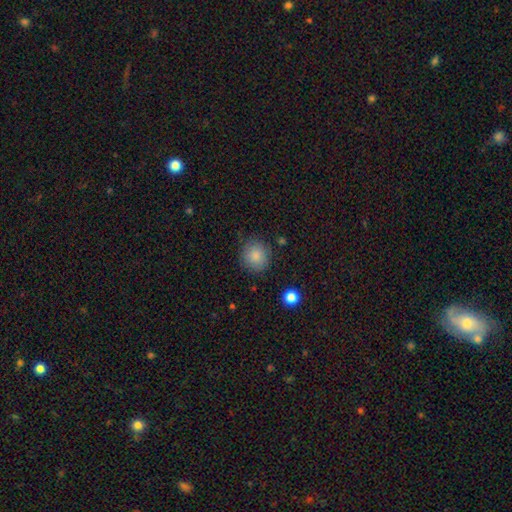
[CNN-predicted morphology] Smooth or featured?
  - smooth: 86% *
  - star or artifact: 9%
  - featured or disk: 5%
How rounded?
  - round: 88% *
  - in between: 11%
  - cigar-shaped: 1%
Merging?
  - none: 84% *
  - minor disturbance: 11%
  - major disturbance: 3%
  - merger: 2%